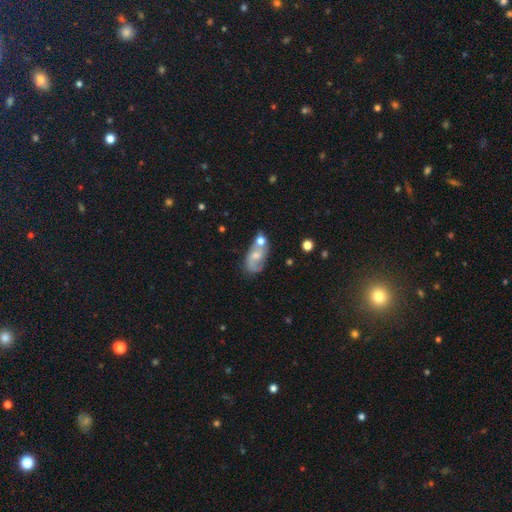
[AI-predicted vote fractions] The model was most divided on "merging": merger: 33%, none: 32%, minor disturbance: 20%, major disturbance: 14%. Remaining: smooth or featured — featured or disk (50%).